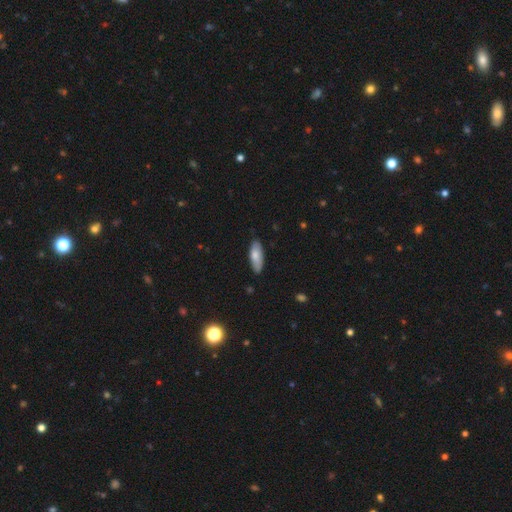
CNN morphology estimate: Overall: smooth (79%). How rounded: in between (69%). Merging: none (83%).